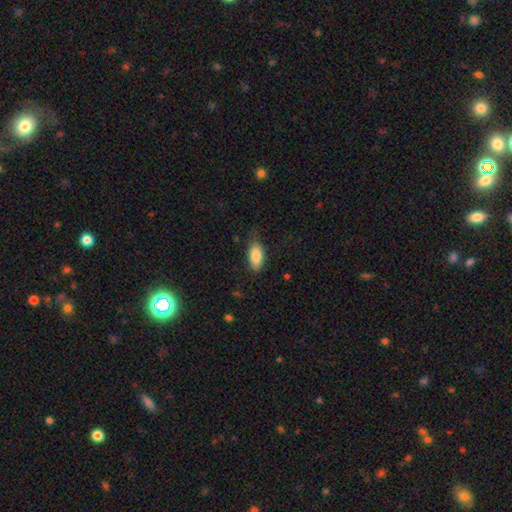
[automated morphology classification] A smooth galaxy with no disk features (85%) that is in between round and cigar-shaped (88%).

Vote fractions:
- Smooth or featured? smooth: 85% / featured or disk: 8% / star or artifact: 7%
- How rounded? in between: 88% / cigar-shaped: 9% / round: 2%
- Merging? none: 70% / minor disturbance: 23% / major disturbance: 5% / merger: 1%